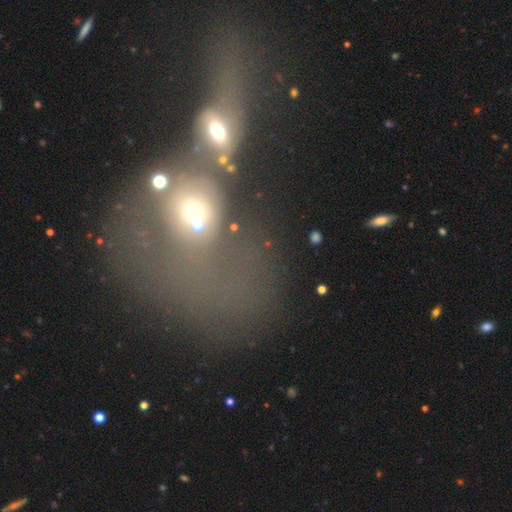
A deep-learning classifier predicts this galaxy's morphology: smooth_or_featured: smooth (p=0.45) [alt: star or artifact p=0.30]
merging: merger (p=0.56) [alt: none p=0.18]